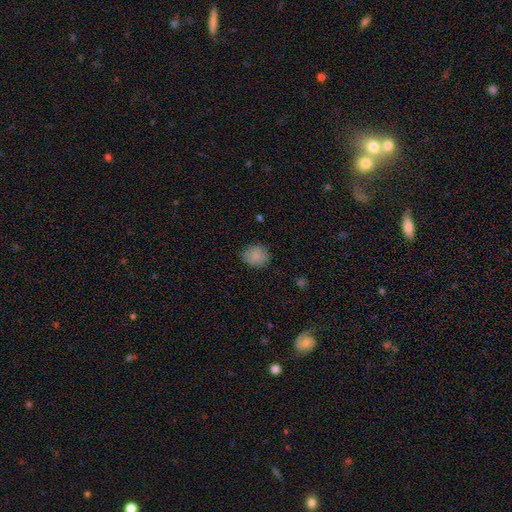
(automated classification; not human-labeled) smooth_or_featured: smooth (p=0.86) [alt: star or artifact p=0.09]
how_rounded: round (p=0.68) [alt: in between p=0.31]
merging: none (p=0.84) [alt: minor disturbance p=0.12]